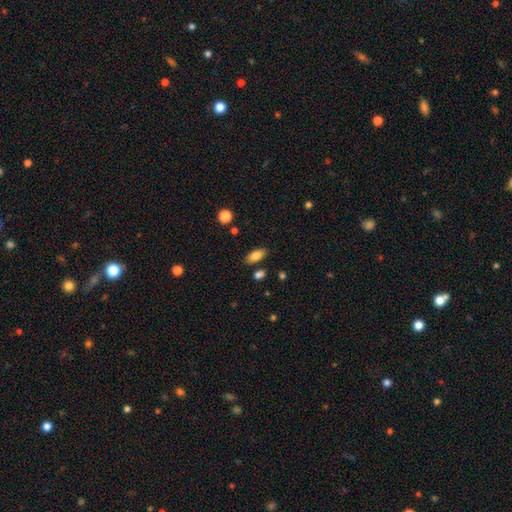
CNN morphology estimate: Q: Smooth or featured?
A: smooth (84%); runner-up: star or artifact (8%)
Q: How rounded?
A: in between (87%); runner-up: cigar-shaped (10%)
Q: Merging?
A: none (83%); runner-up: minor disturbance (10%)